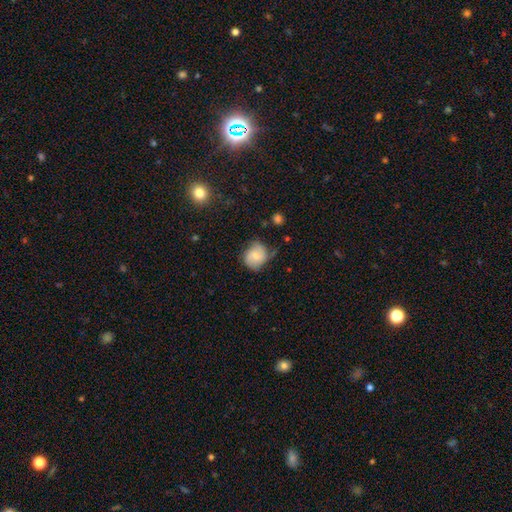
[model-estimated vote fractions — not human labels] Overall: smooth (58%; featured or disk 34%). How rounded: round (75%). Merging: none (55%; minor disturbance 32%).